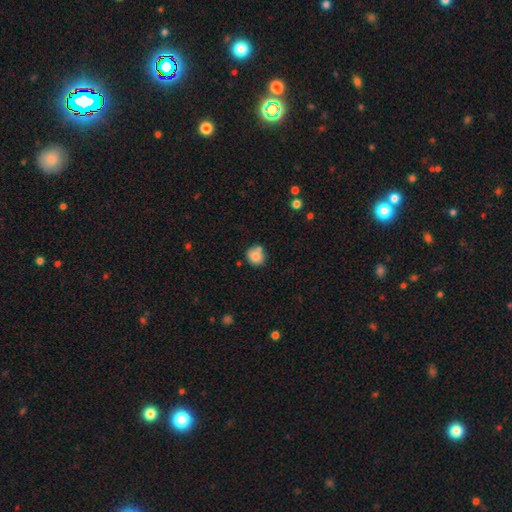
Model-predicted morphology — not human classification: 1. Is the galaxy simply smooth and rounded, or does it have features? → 82% smooth, 9% star or artifact, 9% featured or disk.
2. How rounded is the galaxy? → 80% round, 19% in between, 1% cigar-shaped.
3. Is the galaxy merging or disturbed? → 65% none, 17% merger, 14% minor disturbance, 4% major disturbance.